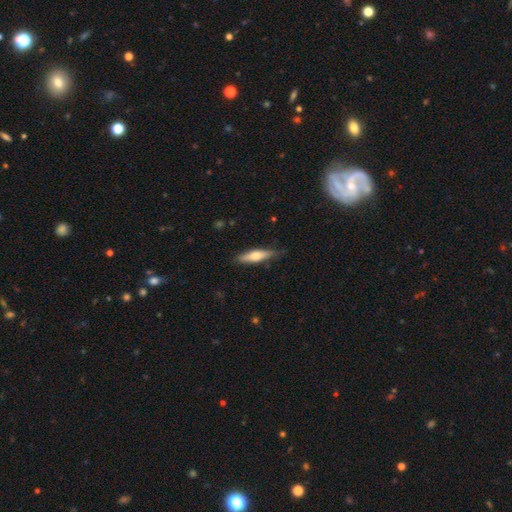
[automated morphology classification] A smooth galaxy with no disk features (59%) that is cigar-shaped (70%).

Vote fractions:
- Smooth or featured? smooth: 59% / featured or disk: 36% / star or artifact: 6%
- How rounded? cigar-shaped: 70% / in between: 28% / round: 2%
- Merging? none: 80% / minor disturbance: 16% / major disturbance: 3% / merger: 1%